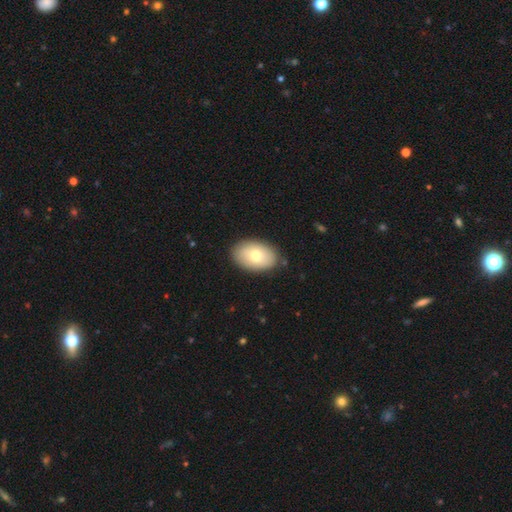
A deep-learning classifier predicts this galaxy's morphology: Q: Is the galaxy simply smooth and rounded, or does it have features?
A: smooth — 74%.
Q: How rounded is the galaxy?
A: in between — 90%.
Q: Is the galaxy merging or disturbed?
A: none — 86%.